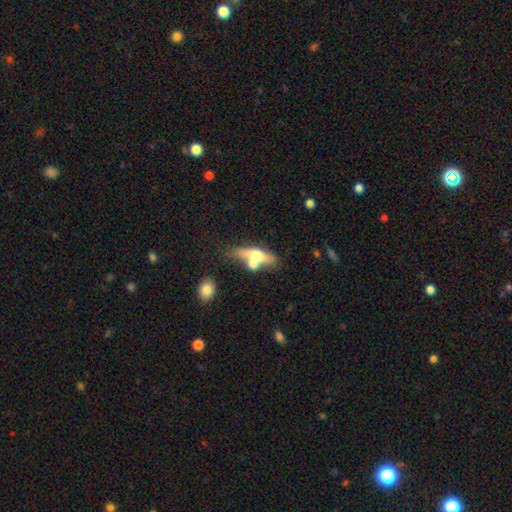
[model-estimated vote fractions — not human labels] This appears to be a smooth galaxy with no disk features (48%). Merging: merger (42%).